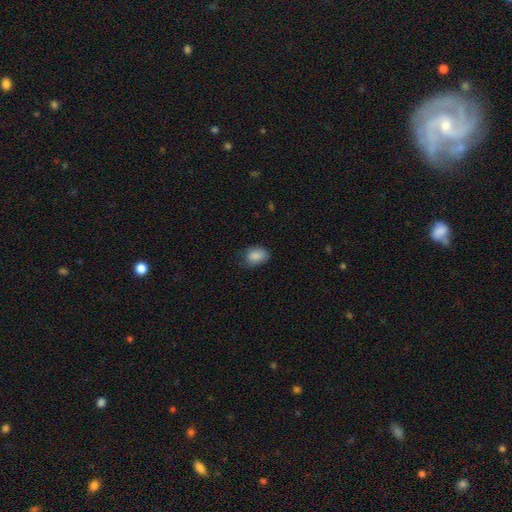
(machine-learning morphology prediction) type=smooth (87%); roundness=in between (75%); merging=none (67%).